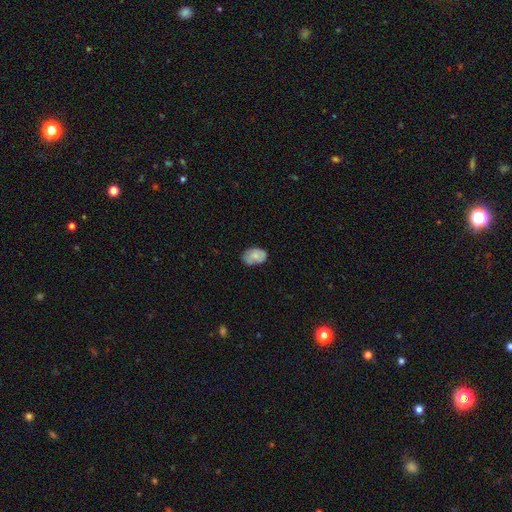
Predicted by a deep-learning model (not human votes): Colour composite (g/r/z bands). It shows a smooth galaxy with no disk features (74%) that is in between round and cigar-shaped (85%). Merging: none (69%).